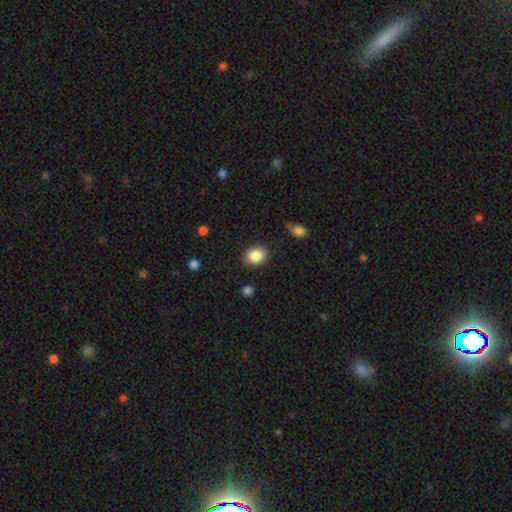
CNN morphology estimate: Smooth or featured? Predicted: smooth (p=0.88). How rounded? Predicted: in between (p=0.61). Merging? Predicted: none (p=0.86).